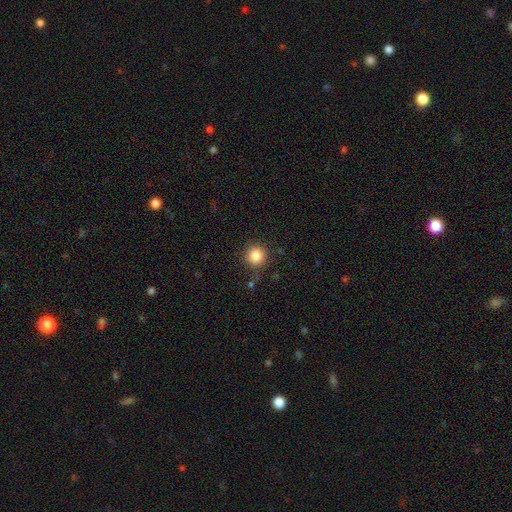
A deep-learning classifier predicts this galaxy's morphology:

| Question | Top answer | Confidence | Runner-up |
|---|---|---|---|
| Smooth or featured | smooth | 85% | star or artifact (10%) |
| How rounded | round | 95% | in between (4%) |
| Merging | none | 85% | minor disturbance (9%) |